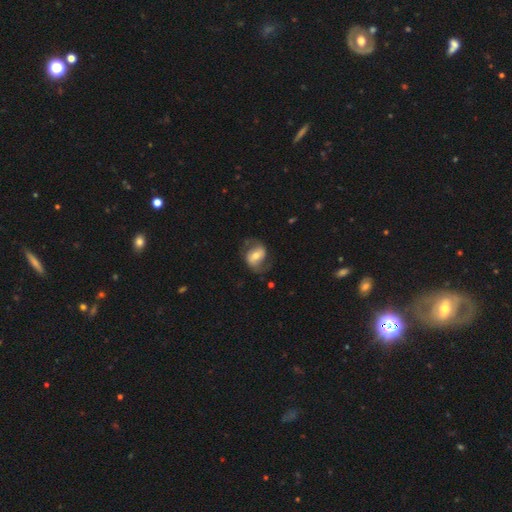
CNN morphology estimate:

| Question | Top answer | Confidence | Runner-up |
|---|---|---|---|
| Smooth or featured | featured or disk | 64% | smooth (29%) |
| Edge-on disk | no | 96% | yes (4%) |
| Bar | weak | 40% | strong (31%) |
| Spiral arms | yes | 86% | no (14%) |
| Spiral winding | medium | 44% | loose (40%) |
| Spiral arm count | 2 | 87% | can't tell (6%) |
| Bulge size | moderate | 56% | small (27%) |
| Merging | none | 65% | minor disturbance (19%) |